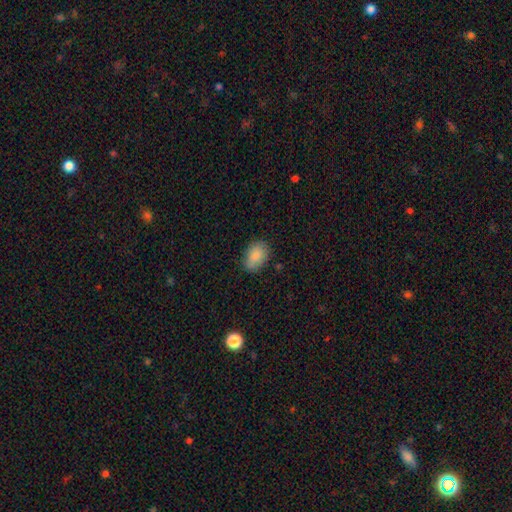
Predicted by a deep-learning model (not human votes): A smooth galaxy with no disk features (86%) that is in between round and cigar-shaped (83%). Merging: none (78%).